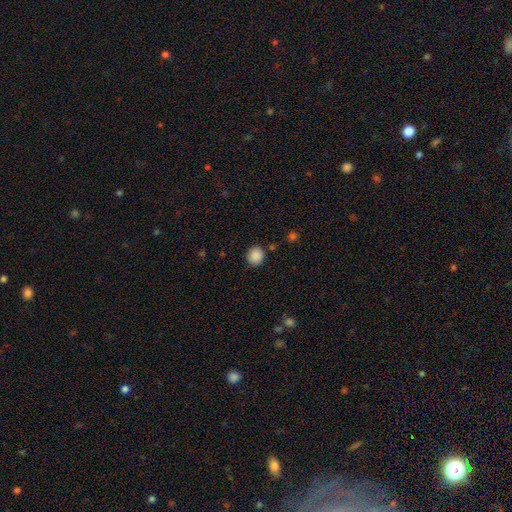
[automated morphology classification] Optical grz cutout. It shows a smooth galaxy with no disk features (88%) that is round (87%). Merging: none (86%).